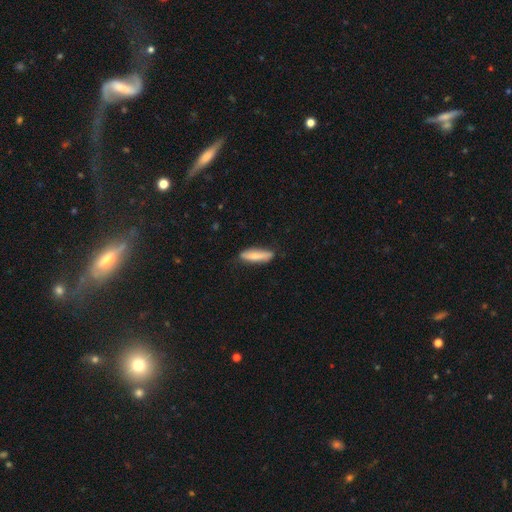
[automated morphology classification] Smooth or featured?
  - smooth: 71% *
  - featured or disk: 23%
  - star or artifact: 6%
How rounded?
  - cigar-shaped: 70% *
  - in between: 28%
  - round: 2%
Merging?
  - none: 79% *
  - minor disturbance: 17%
  - major disturbance: 3%
  - merger: 1%